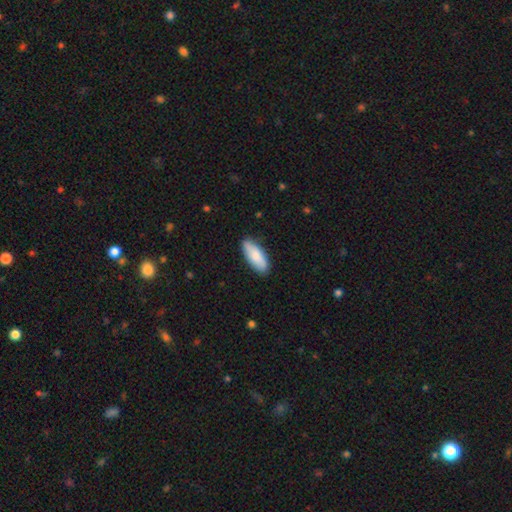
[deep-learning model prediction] Smooth or featured: smooth — 82% (featured or disk — 13%)
How rounded: in between — 78% (cigar-shaped — 20%)
Merging: none — 86% (minor disturbance — 11%)